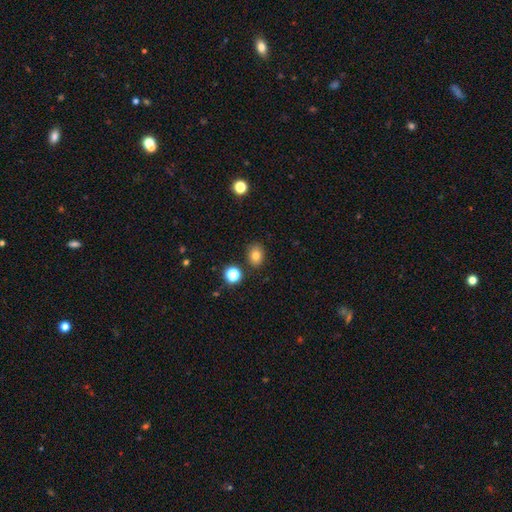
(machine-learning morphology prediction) Smooth or featured? Predicted: smooth (p=0.80). How rounded? Predicted: in between (p=0.55). Merging? Predicted: none (p=0.84).